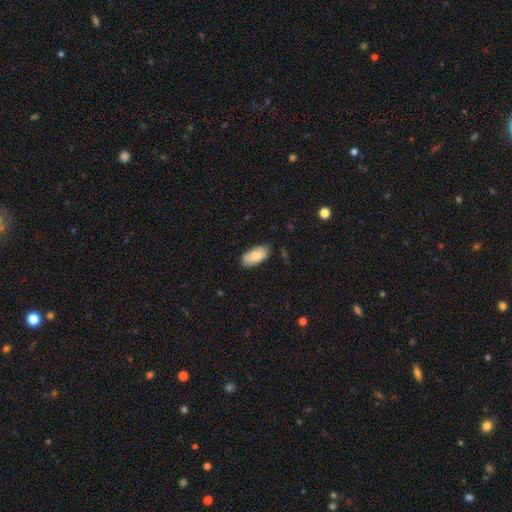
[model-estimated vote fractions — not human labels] smooth-or-featured: smooth: 82% | featured or disk: 12% | star or artifact: 6%
  how-rounded: in between: 92% | cigar-shaped: 6% | round: 2%
  merging: none: 78% | minor disturbance: 18% | major disturbance: 3% | merger: 1%